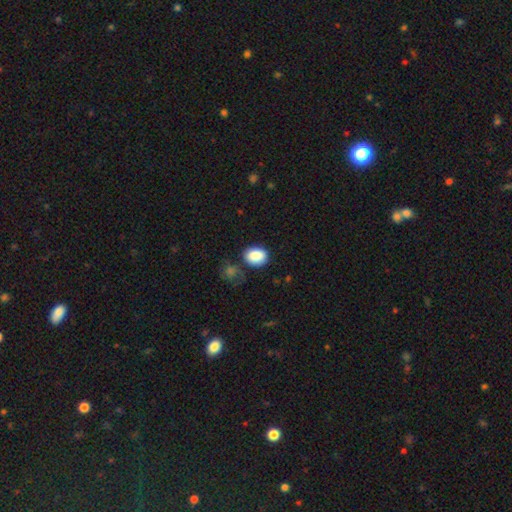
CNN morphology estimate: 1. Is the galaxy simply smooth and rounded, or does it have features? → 87% smooth, 8% star or artifact, 5% featured or disk.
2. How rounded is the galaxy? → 55% in between, 43% round, 1% cigar-shaped.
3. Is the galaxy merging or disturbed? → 70% none, 17% minor disturbance, 7% merger, 5% major disturbance.